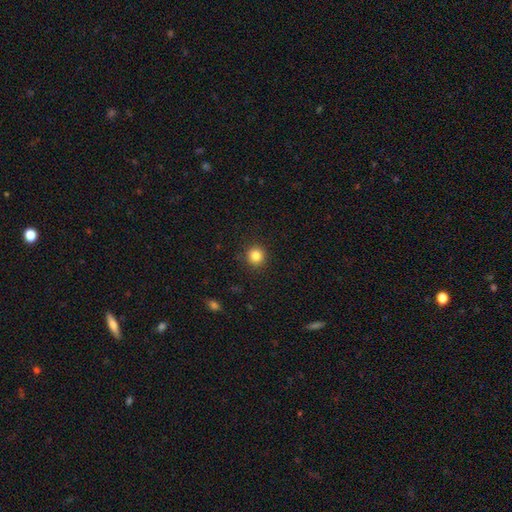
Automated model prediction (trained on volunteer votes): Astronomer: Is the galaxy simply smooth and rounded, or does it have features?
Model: smooth — 84%.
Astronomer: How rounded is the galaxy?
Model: round — 93%.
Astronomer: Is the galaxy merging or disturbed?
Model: none — 91%.